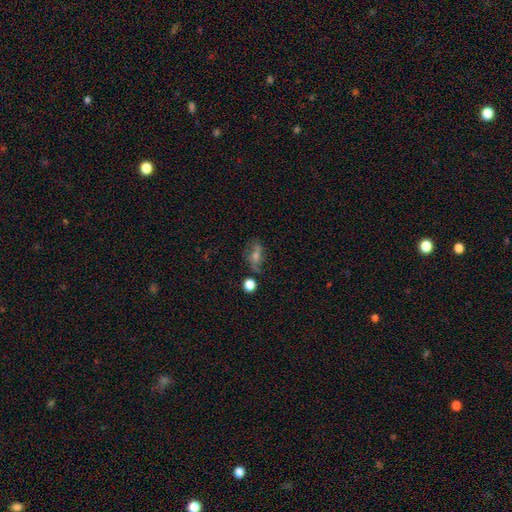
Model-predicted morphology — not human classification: Smooth or featured? featured or disk (43%)
Merging? none (61%)